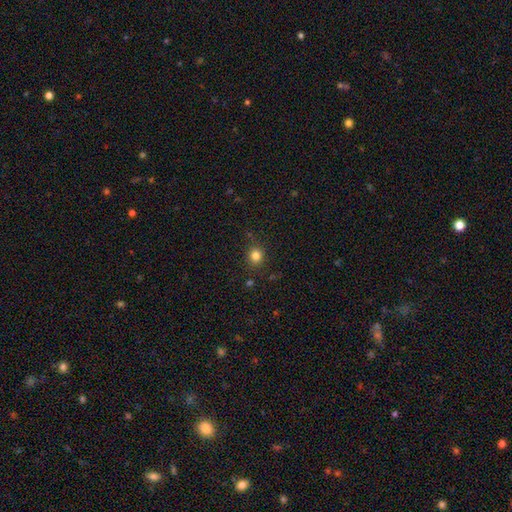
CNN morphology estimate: The model was most divided on "smooth or featured": smooth: 81%, star or artifact: 14%, featured or disk: 5%. More confident: merging — none (86%); how rounded — round (85%).